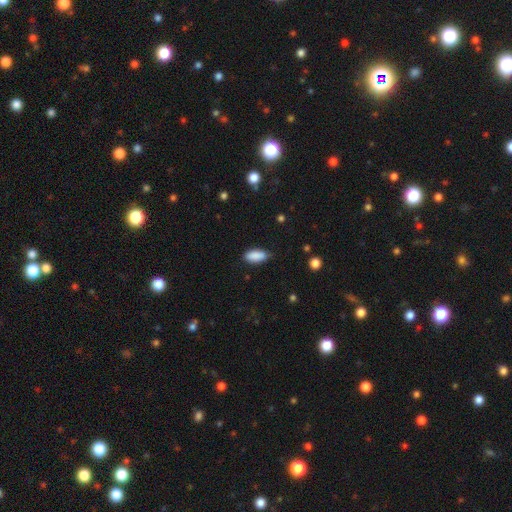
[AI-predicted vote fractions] The model was most divided on "merging": none: 78%, minor disturbance: 18%, major disturbance: 3%, merger: 1%. More confident: smooth or featured — smooth (89%); how rounded — in between (86%).